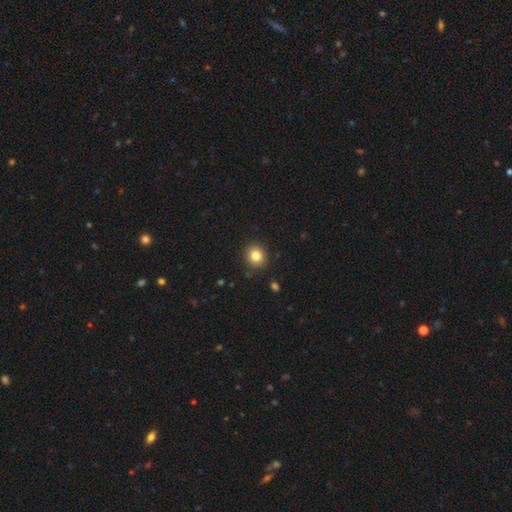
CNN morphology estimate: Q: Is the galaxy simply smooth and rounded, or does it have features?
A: smooth — 82%.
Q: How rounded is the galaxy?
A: round — 85%.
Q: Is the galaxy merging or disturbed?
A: none — 90%.